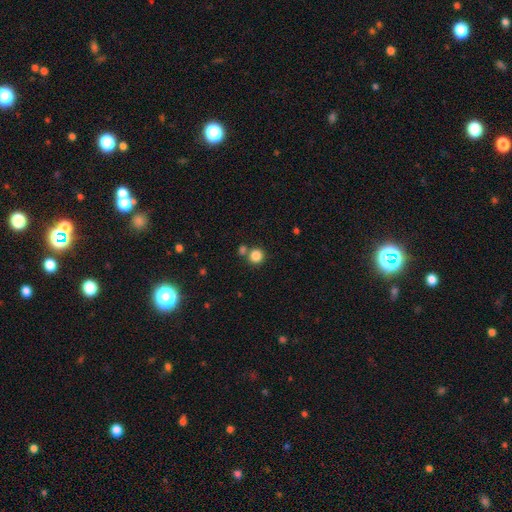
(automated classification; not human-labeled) Smooth or featured? Predicted: smooth (p=0.84). How rounded? Predicted: round (p=0.93). Merging? Predicted: none (p=0.70).